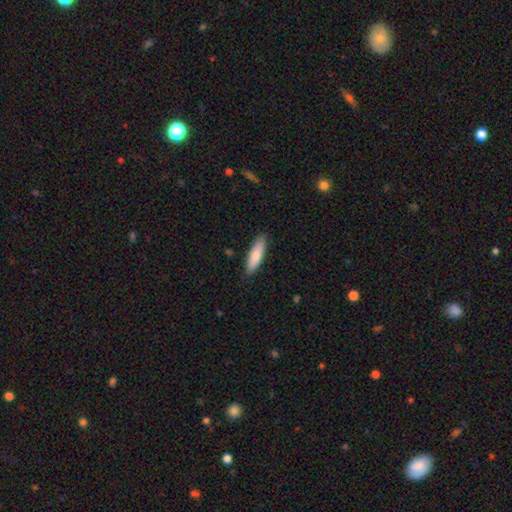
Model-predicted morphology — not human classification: This appears to be a smooth galaxy with no disk features (80%) that is cigar-shaped (61%). Merging: none (87%).